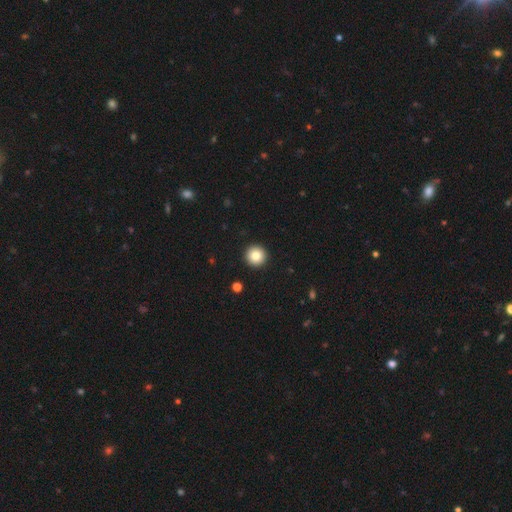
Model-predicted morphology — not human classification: type=smooth (83%); roundness=round (96%); merging=none (94%).